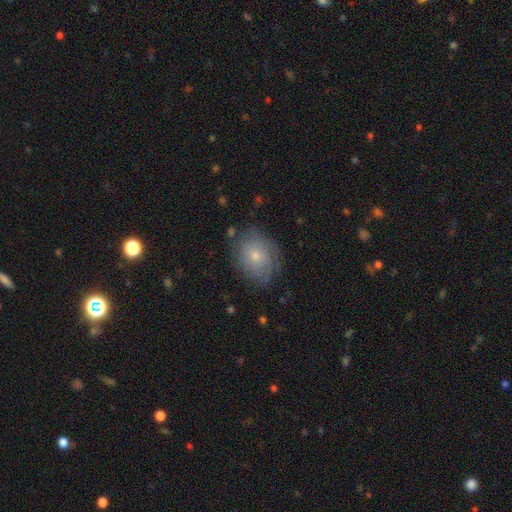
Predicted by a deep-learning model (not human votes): This appears to be a smooth galaxy with no disk features (59%) that is round (54%). Merging: none (69%).